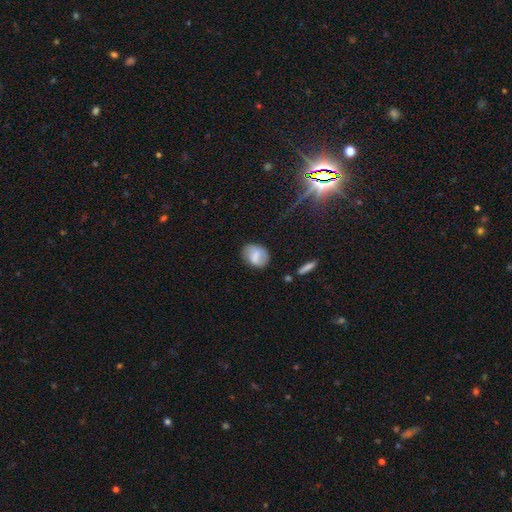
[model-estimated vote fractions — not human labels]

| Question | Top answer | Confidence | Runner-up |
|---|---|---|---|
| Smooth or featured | smooth | 70% | featured or disk (22%) |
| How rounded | in between | 65% | round (33%) |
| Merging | none | 72% | minor disturbance (20%) |